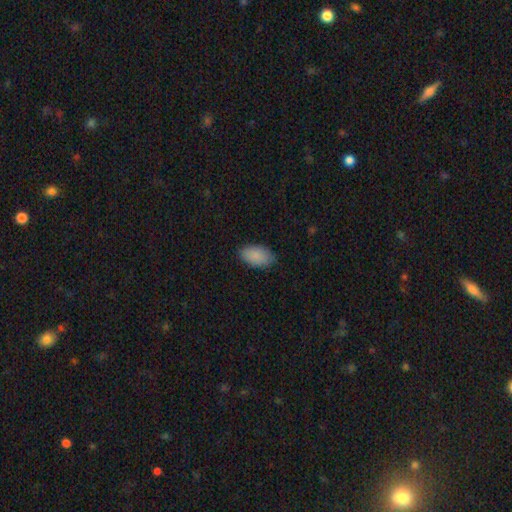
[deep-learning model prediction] Overall: smooth (88%). How rounded: in between (94%). Merging: none (83%).